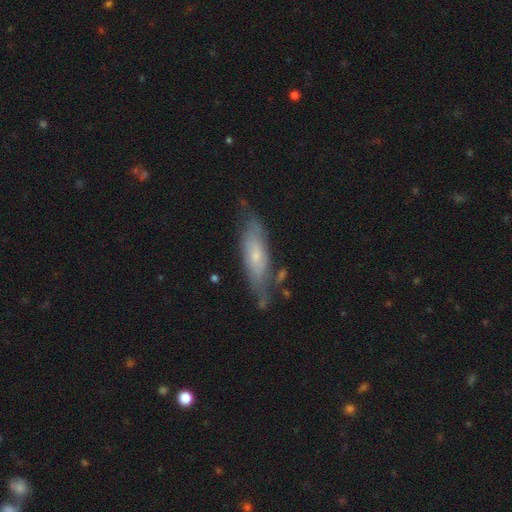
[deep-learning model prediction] Q: Smooth or featured?
A: featured or disk (51%); runner-up: smooth (42%)
Q: Edge-on disk?
A: no (59%); runner-up: yes (41%)
Q: Merging?
A: none (64%); runner-up: minor disturbance (25%)